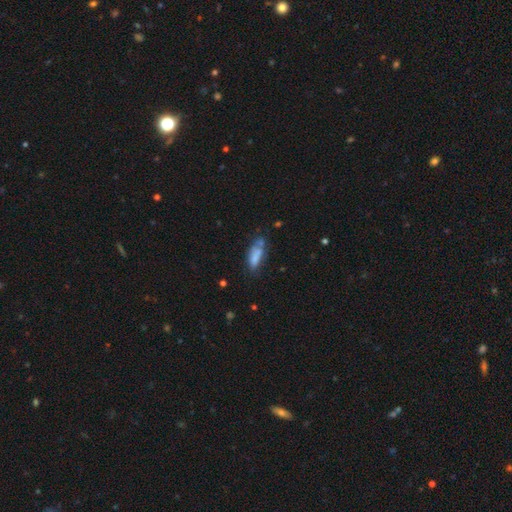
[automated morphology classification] A smooth galaxy with no disk features (70%) that is in between round and cigar-shaped (68%).

Vote fractions:
- Smooth or featured? smooth: 70% / featured or disk: 20% / star or artifact: 10%
- How rounded? in between: 68% / cigar-shaped: 30% / round: 2%
- Merging? none: 43% / minor disturbance: 27% / merger: 17% / major disturbance: 14%